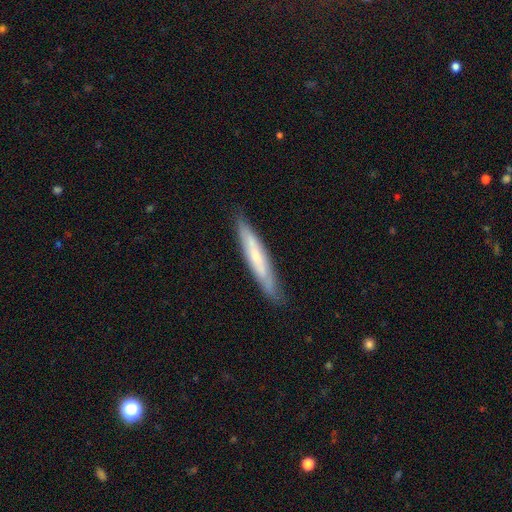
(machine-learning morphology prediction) featured or disk 49%, smooth 45%, star or artifact 6%. Down the decision tree: merging — none (84%).